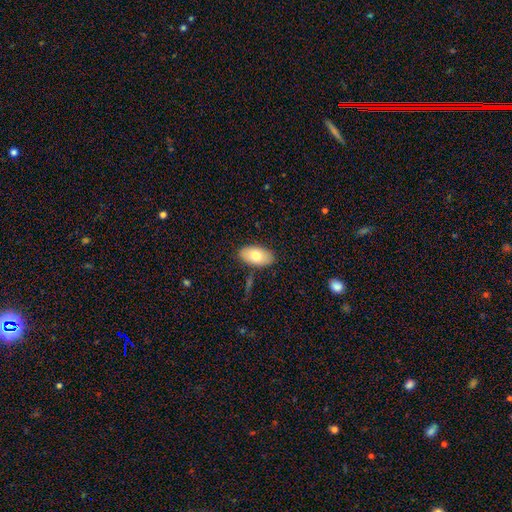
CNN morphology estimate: This appears to be a smooth galaxy with no disk features (74%) that is in between round and cigar-shaped (95%). Merging: none (84%).